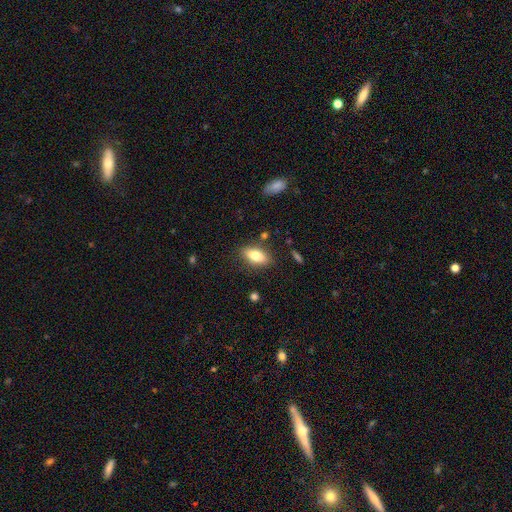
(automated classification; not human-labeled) Q: Smooth or featured?
A: smooth (78%); runner-up: featured or disk (14%)
Q: How rounded?
A: in between (83%); runner-up: cigar-shaped (13%)
Q: Merging?
A: none (83%); runner-up: minor disturbance (12%)